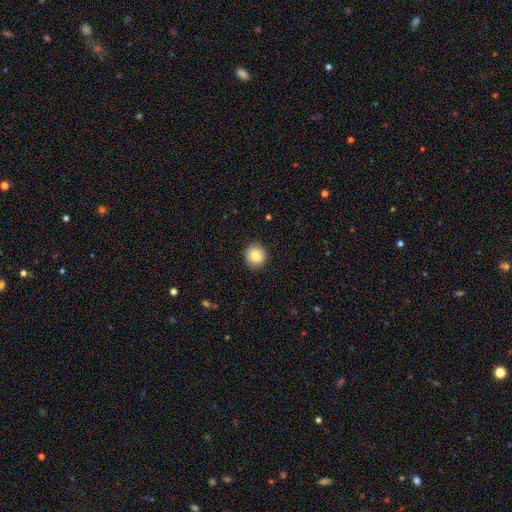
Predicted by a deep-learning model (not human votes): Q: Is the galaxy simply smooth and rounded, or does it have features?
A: smooth — 85%.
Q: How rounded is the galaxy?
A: round — 88%.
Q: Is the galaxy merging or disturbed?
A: none — 89%.